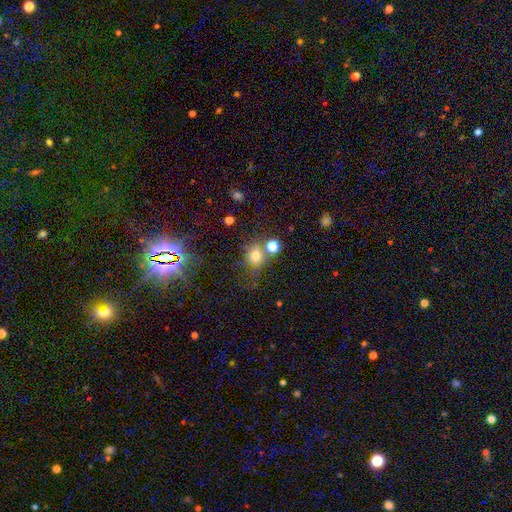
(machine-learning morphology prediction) type=smooth (73%); roundness=round (65%); merging=none (53%).